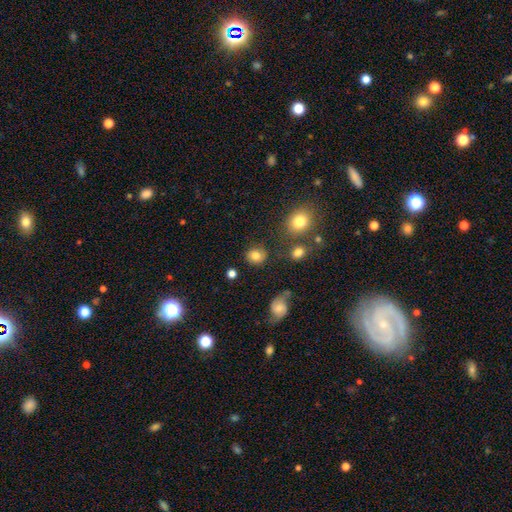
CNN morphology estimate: type=smooth (81%); roundness=round (77%); merging=none (82%).